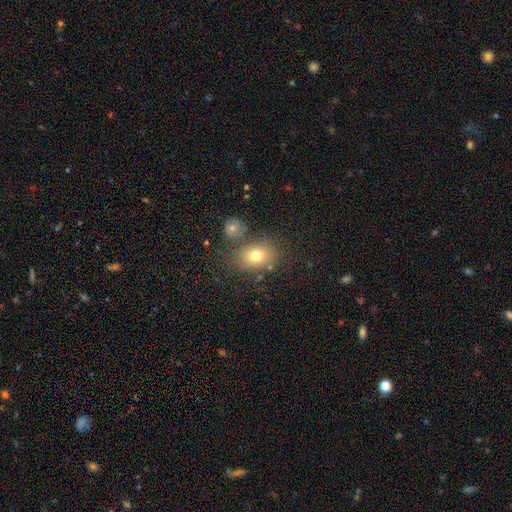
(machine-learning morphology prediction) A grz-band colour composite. It shows a smooth galaxy with no disk features (75%) that is in between round and cigar-shaped (65%). Merging: none (68%).